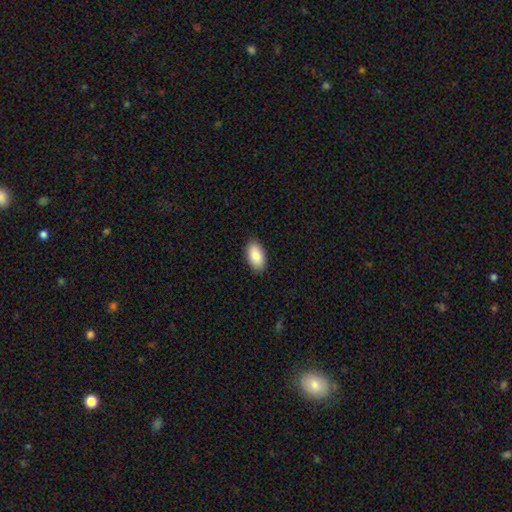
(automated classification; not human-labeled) A smooth galaxy with no disk features (88%) that is in between round and cigar-shaped (95%).

Vote fractions:
- Smooth or featured? smooth: 88% / star or artifact: 6% / featured or disk: 5%
- How rounded? in between: 95% / round: 3% / cigar-shaped: 2%
- Merging? none: 89% / minor disturbance: 8% / major disturbance: 2% / merger: 1%